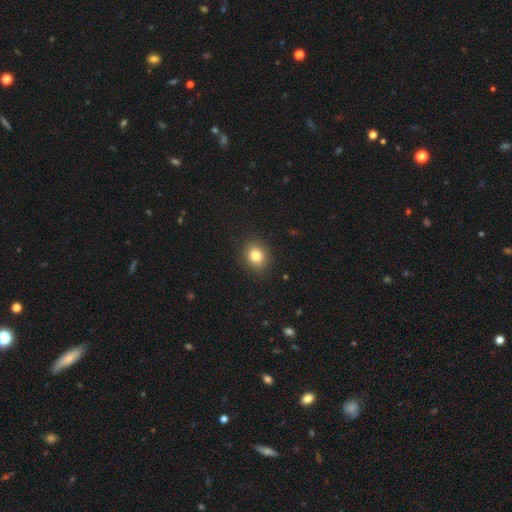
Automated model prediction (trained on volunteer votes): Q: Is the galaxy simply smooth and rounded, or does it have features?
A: smooth — 81%.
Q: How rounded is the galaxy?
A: round — 70%.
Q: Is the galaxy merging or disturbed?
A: none — 89%.